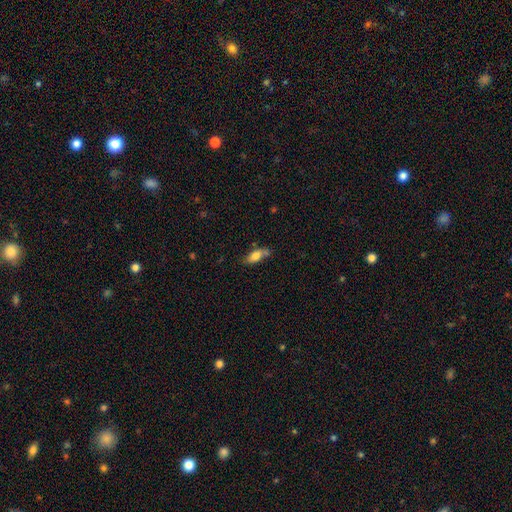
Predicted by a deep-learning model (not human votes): The model was most divided on "merging": none: 57%, minor disturbance: 24%, merger: 12%, major disturbance: 6%. More confident: how rounded — in between (78%); smooth or featured — smooth (73%).